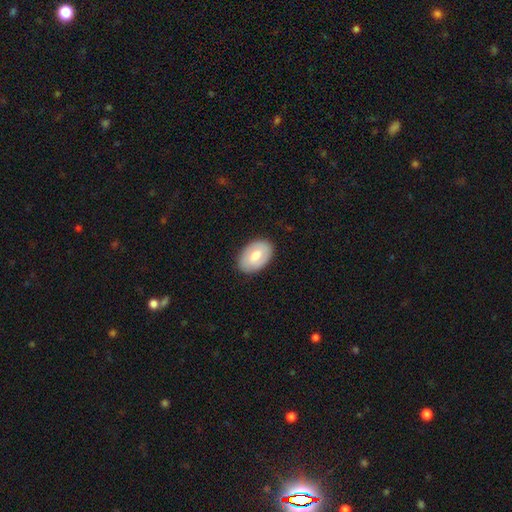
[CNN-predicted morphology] smooth 64%, featured or disk 30%, star or artifact 6%. Down the decision tree: how rounded — in between (89%); merging — none (86%).